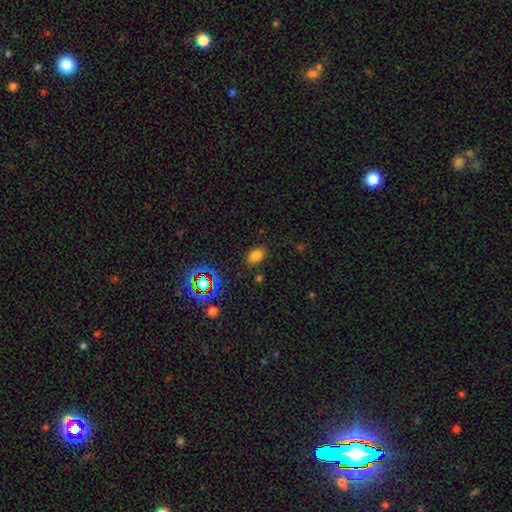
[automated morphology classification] smooth_or_featured: smooth (p=0.76) [alt: star or artifact p=0.18]
how_rounded: in between (p=0.83) [alt: round p=0.15]
merging: none (p=0.82) [alt: minor disturbance p=0.12]